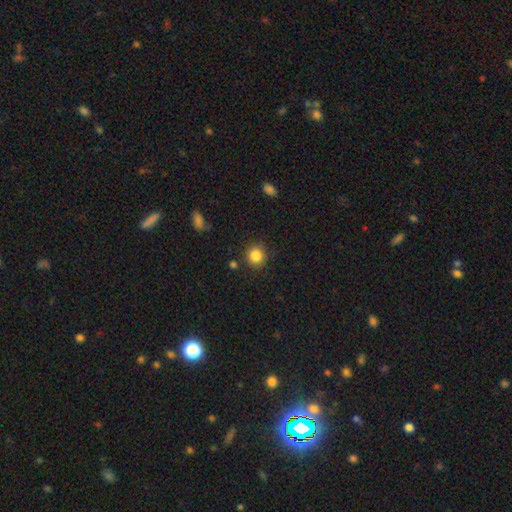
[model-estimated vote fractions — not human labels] This appears to be a smooth galaxy with no disk features (85%) that is round (90%). Merging: none (85%).